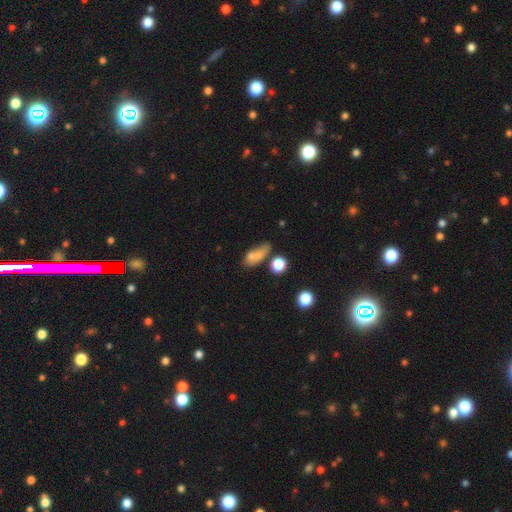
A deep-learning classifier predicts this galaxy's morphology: Smooth or featured? Predicted: smooth (p=0.70). How rounded? Predicted: in between (p=0.66). Merging? Predicted: none (p=0.36).